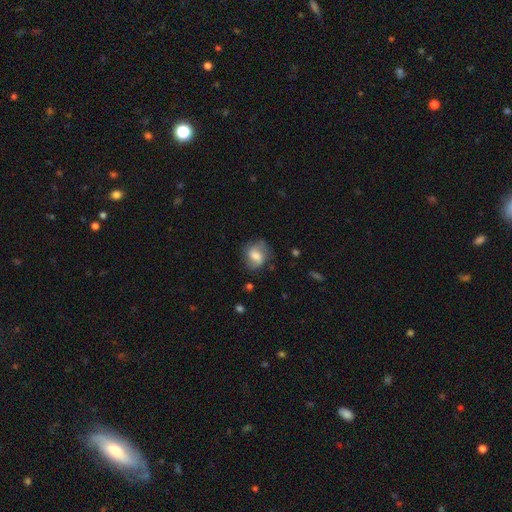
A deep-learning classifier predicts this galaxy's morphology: This is possibly a smooth galaxy (49%). Merging: likely none (69%).